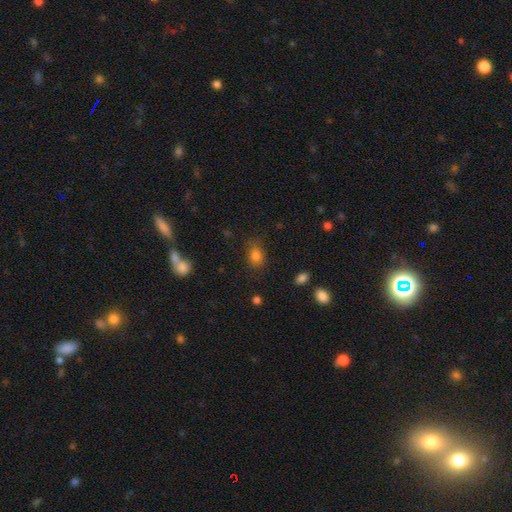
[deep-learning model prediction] A smooth galaxy with no disk features (80%) that is in between round and cigar-shaped (59%). Merging: none (77%).